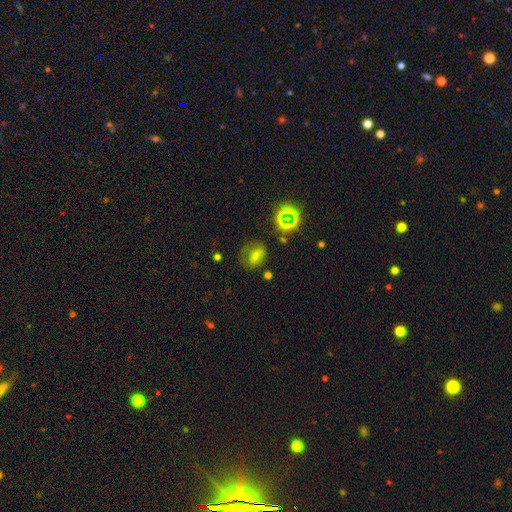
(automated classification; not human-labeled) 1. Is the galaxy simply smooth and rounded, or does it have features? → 57% smooth, 25% star or artifact, 18% featured or disk.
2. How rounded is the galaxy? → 64% in between, 32% round, 4% cigar-shaped.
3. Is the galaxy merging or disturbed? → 55% none, 23% minor disturbance, 18% major disturbance, 4% merger.